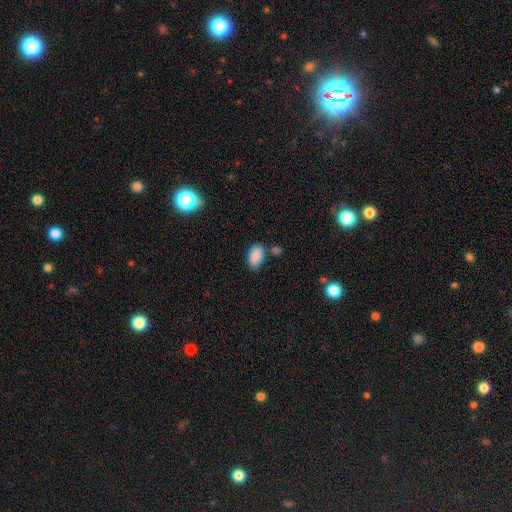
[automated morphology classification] This is clearly a smooth galaxy (88%). How rounded: clearly in between (94%). Merging: likely none (72%).